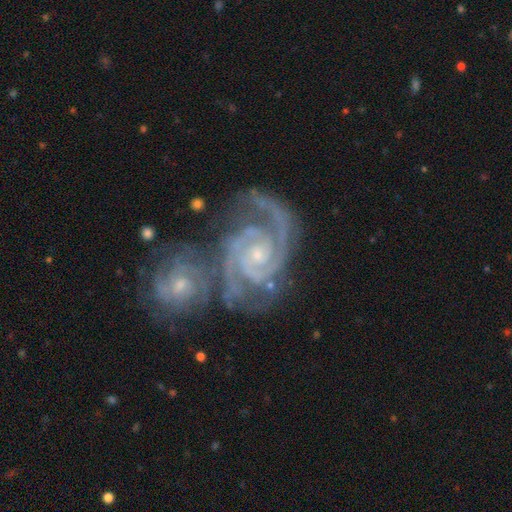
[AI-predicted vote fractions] Overall: featured or disk (94%). Edge-on disk: no (98%). Bar: no (66%). Spiral arms: yes (99%). Spiral arm count: 2 (62%). Spiral winding: tight (68%; medium 28%). Bulge size: small (75%). Merging: merger (47%; none 33%).